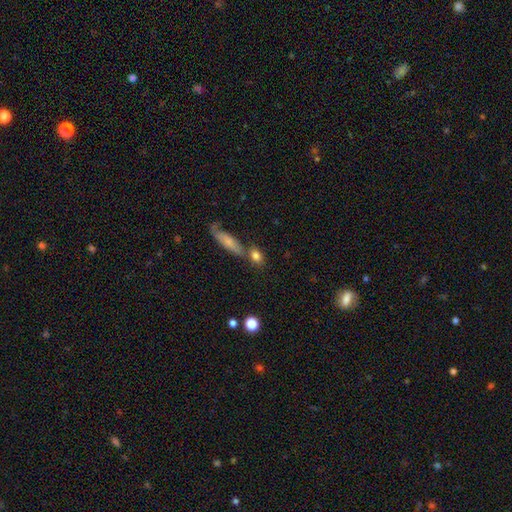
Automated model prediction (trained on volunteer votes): smooth 80%, featured or disk 11%, star or artifact 9%. Down the decision tree: how rounded — in between (59%); merging — none (57%).